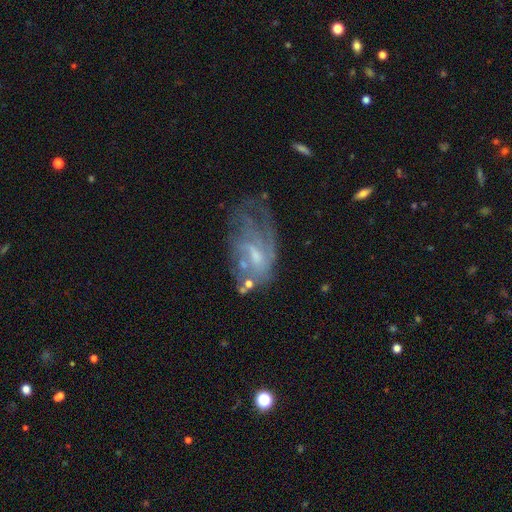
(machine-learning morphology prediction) Overall: featured or disk (69%). Edge-on disk: no (95%). Bar: weak (48%; no 43%). Spiral arms: yes (64%; no 36%). Bulge size: small (47%; moderate 35%). Merging: none (37%; major disturbance 31%).